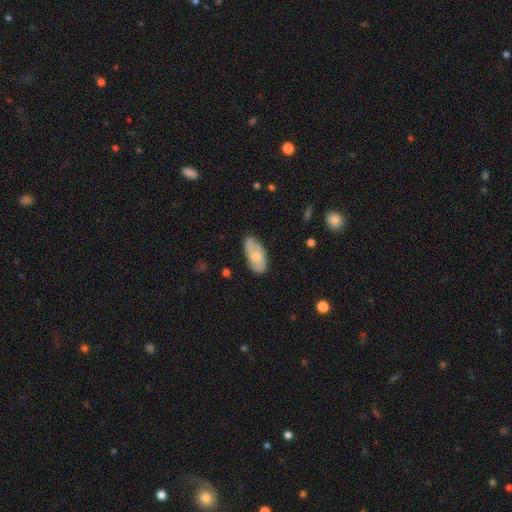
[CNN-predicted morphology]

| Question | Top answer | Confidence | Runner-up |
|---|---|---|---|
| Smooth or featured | smooth | 64% | featured or disk (31%) |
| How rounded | in between | 92% | cigar-shaped (5%) |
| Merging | none | 72% | minor disturbance (22%) |